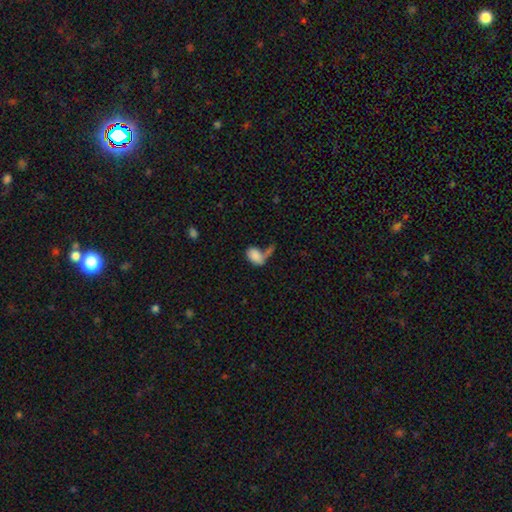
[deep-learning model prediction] Smooth or featured: smooth — 82% (featured or disk — 10%)
How rounded: in between — 88% (round — 10%)
Merging: merger — 33% (none — 29%)